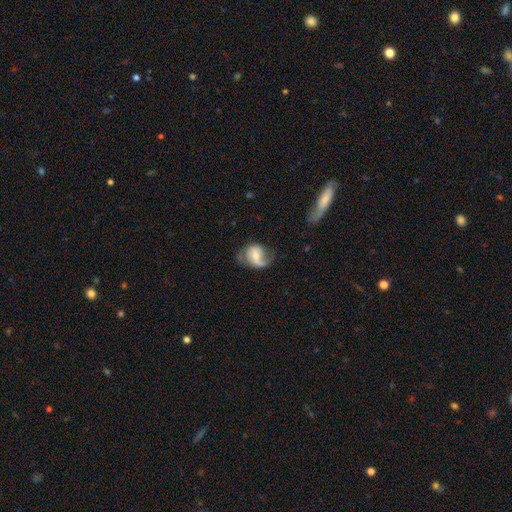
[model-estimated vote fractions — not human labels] Morphology: type=featured or disk (64%); edge-on=no (97%); bar=no (52%); spiral arms=yes (86%); winding=loose (43%); arm count=2 (51%); bulge=moderate (45%); merging=none (44%).